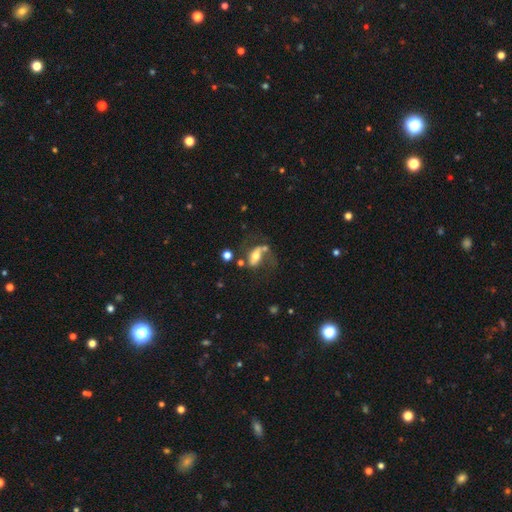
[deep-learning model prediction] smooth-or-featured: featured or disk: 56% | smooth: 35% | star or artifact: 9%
  disk-edge-on: no: 89% | yes: 11%
    bar: no: 44% | strong: 29% | weak: 28%
    has-spiral-arms: yes: 69% | no: 31%
    bulge-size: moderate: 62% | small: 19% | large: 14% | none: 2% | dominant: 2%
  merging: none: 36% | major disturbance: 28% | merger: 19% | minor disturbance: 17%